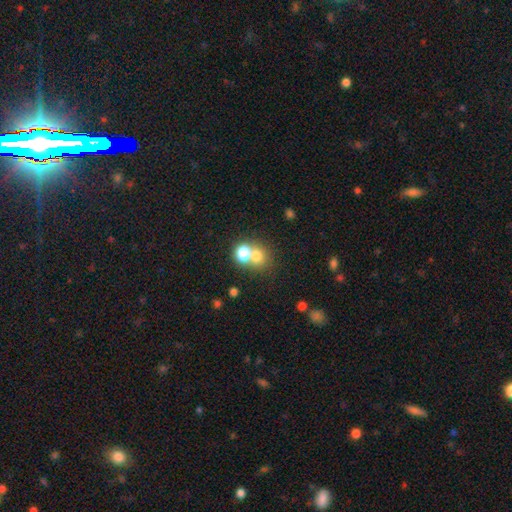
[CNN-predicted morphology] Smooth or featured? smooth (73%)
How rounded? round (75%)
Merging? merger (54%)